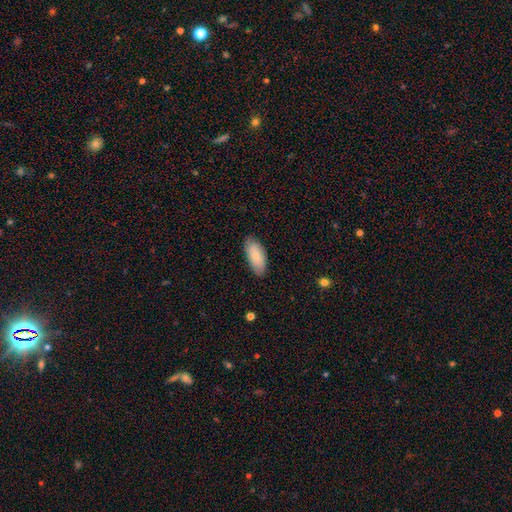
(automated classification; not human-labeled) Morphology: type=smooth (87%); roundness=in between (87%); merging=none (85%).